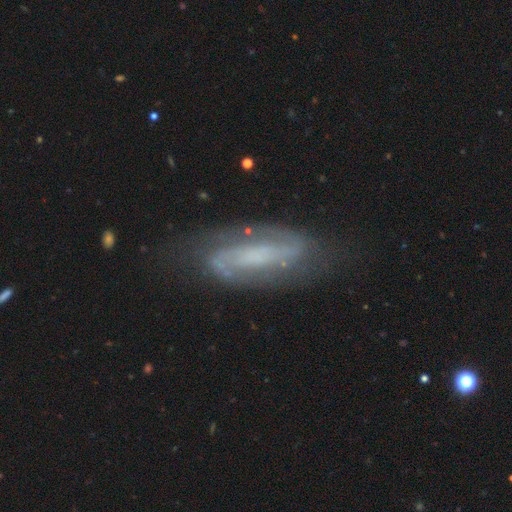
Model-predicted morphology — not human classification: smooth-or-featured: featured or disk: 82% | smooth: 12% | star or artifact: 7%
  disk-edge-on: no: 92% | yes: 8%
    bar: weak: 42% | no: 31% | strong: 26%
    has-spiral-arms: yes: 94% | no: 6%
      spiral-winding: medium: 46% | tight: 36% | loose: 18%
      spiral-arm-count: 2: 82% | can't tell: 11% | 3: 2% | 1: 2% | 4: 1% | more than 4: 1%
    bulge-size: small: 37% (tied) | none: 37% (tied) | moderate: 20% | large: 5% | dominant: 1%
  merging: none: 74% | minor disturbance: 17% | major disturbance: 7% | merger: 2%